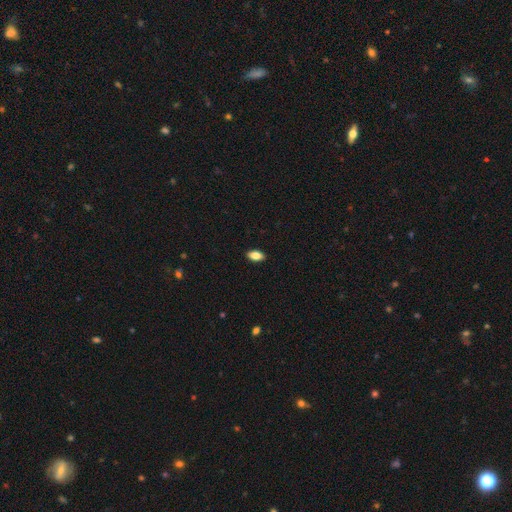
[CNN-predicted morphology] smooth-or-featured: smooth: 84% | featured or disk: 8% | star or artifact: 8%
  how-rounded: in between: 91% | cigar-shaped: 5% | round: 4%
  merging: none: 90% | minor disturbance: 8% | major disturbance: 2% | merger: 1%